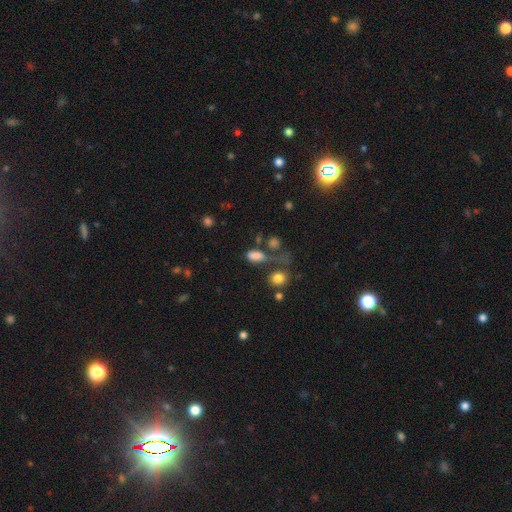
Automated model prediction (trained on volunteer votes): Overall: smooth (79%). How rounded: in between (87%). Merging: none (44%; merger 22%).